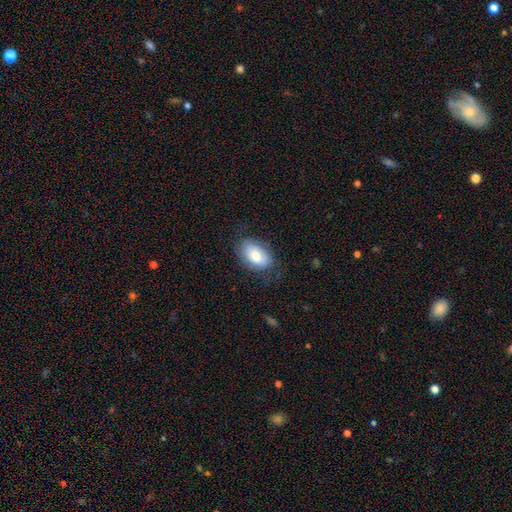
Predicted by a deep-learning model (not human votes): A smooth galaxy with no disk features (74%) that is in between round and cigar-shaped (91%). Merging: none (72%).